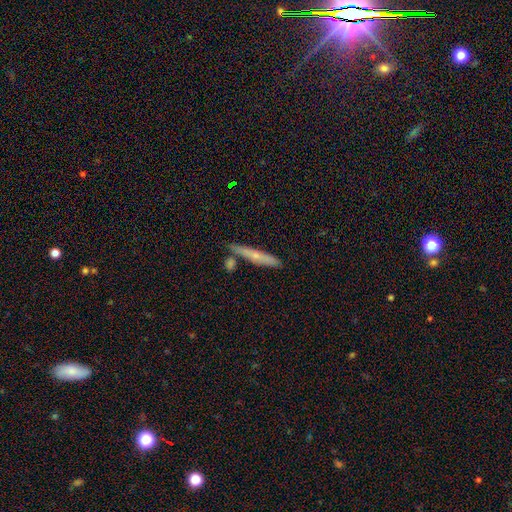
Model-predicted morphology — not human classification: Q: Smooth or featured?
A: smooth (55%); runner-up: featured or disk (38%)
Q: How rounded?
A: cigar-shaped (91%); runner-up: in between (7%)
Q: Merging?
A: none (75%); runner-up: minor disturbance (13%)